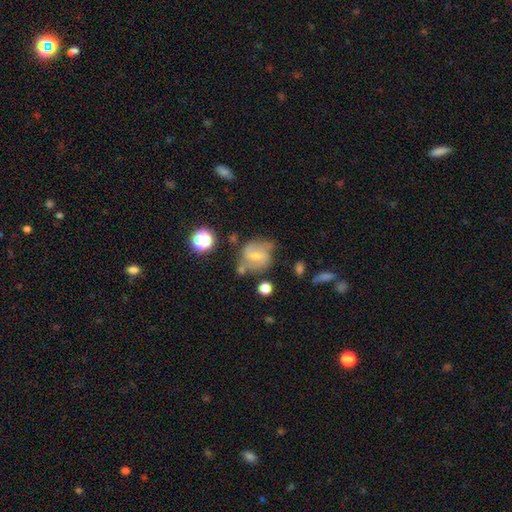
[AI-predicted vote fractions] smooth-or-featured: featured or disk: 56% | smooth: 34% | star or artifact: 10%
  disk-edge-on: no: 96% | yes: 4%
    bar: weak: 49% | no: 33% | strong: 18%
    has-spiral-arms: yes: 80% | no: 20%
    bulge-size: small: 51% | moderate: 42% | none: 4% | large: 2% | dominant: 1%
  merging: none: 49% | minor disturbance: 26% | major disturbance: 13% | merger: 11%